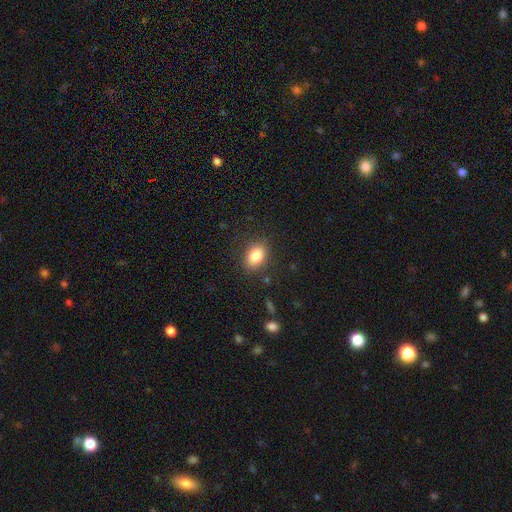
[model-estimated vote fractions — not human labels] Q: Smooth or featured?
A: smooth (83%); runner-up: star or artifact (9%)
Q: How rounded?
A: in between (77%); runner-up: round (21%)
Q: Merging?
A: none (84%); runner-up: minor disturbance (11%)